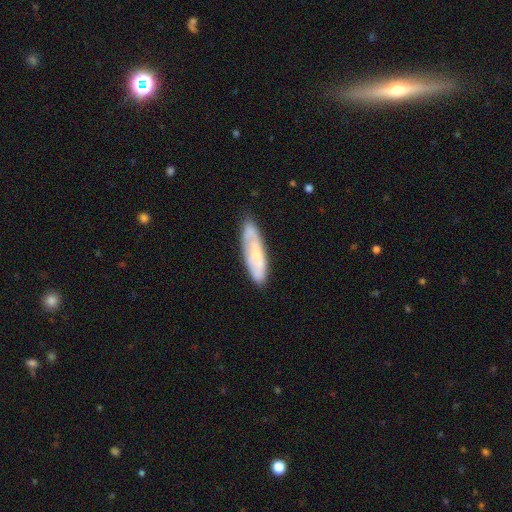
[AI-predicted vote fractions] This is possibly a featured or disk galaxy (48%). Merging: likely none (79%).